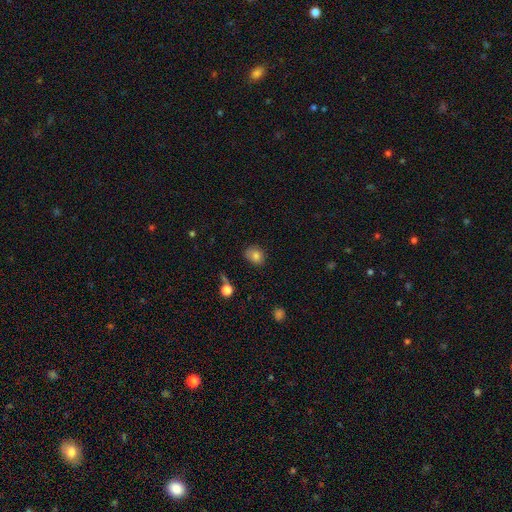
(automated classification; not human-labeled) Smooth or featured: smooth — 81% (star or artifact — 11%)
How rounded: in between — 51% (round — 48%)
Merging: none — 74% (minor disturbance — 20%)